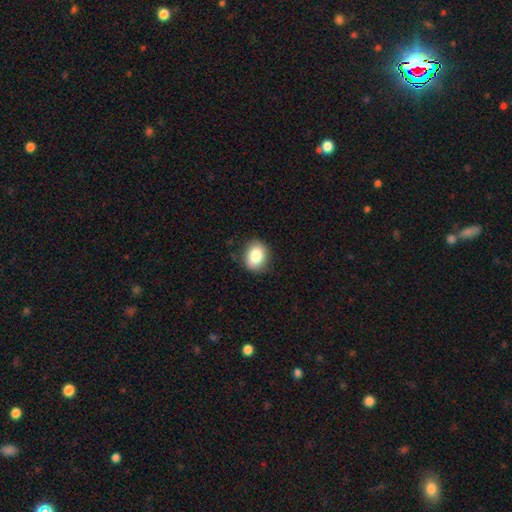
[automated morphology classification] Overall: smooth (83%). How rounded: round (54%; in between 45%). Merging: none (85%).